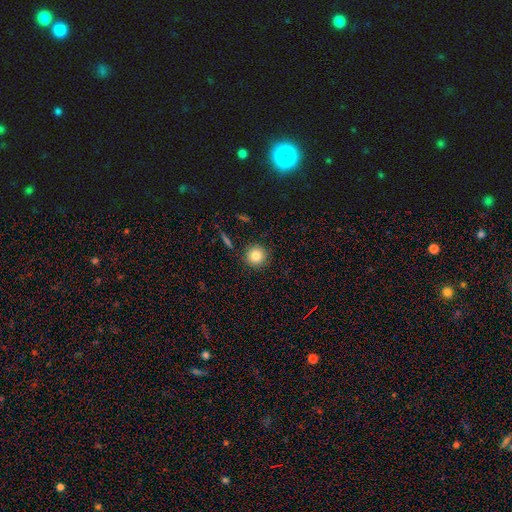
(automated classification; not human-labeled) Smooth or featured? Predicted: smooth (p=0.82). How rounded? Predicted: round (p=0.95). Merging? Predicted: none (p=0.90).